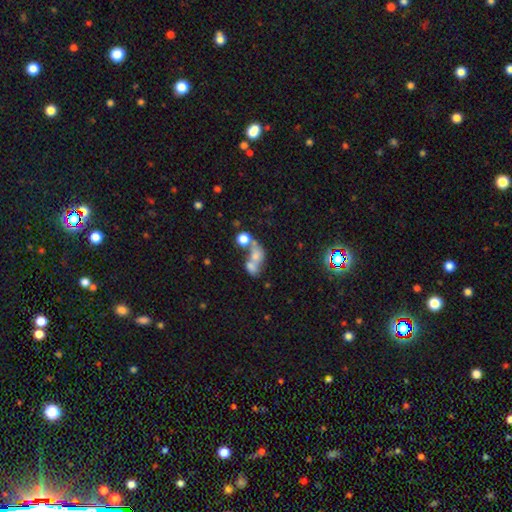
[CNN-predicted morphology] Q: Smooth or featured?
A: smooth (58%); runner-up: featured or disk (27%)
Q: How rounded?
A: in between (61%); runner-up: round (35%)
Q: Merging?
A: merger (62%); runner-up: none (20%)